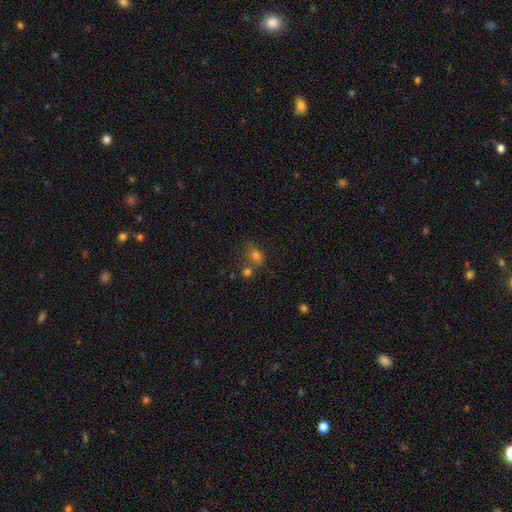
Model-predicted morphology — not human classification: The model was most divided on "merging": none: 41%, merger: 31%, minor disturbance: 17%, major disturbance: 10%. More confident: smooth or featured — smooth (70%); how rounded — in between (64%).